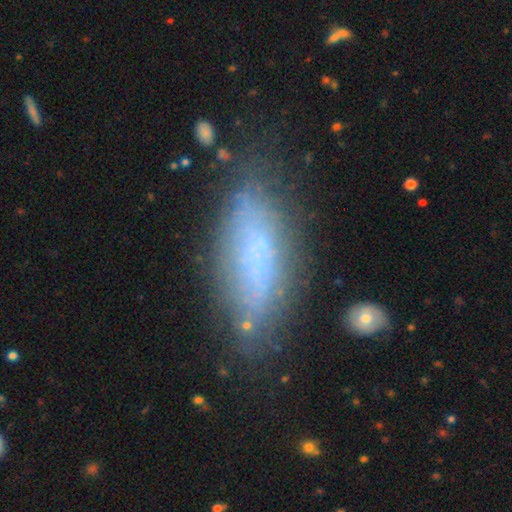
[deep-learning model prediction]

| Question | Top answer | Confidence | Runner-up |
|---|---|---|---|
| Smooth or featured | smooth | 55% | featured or disk (35%) |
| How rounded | in between | 66% | cigar-shaped (32%) |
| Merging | none | 64% | minor disturbance (23%) |